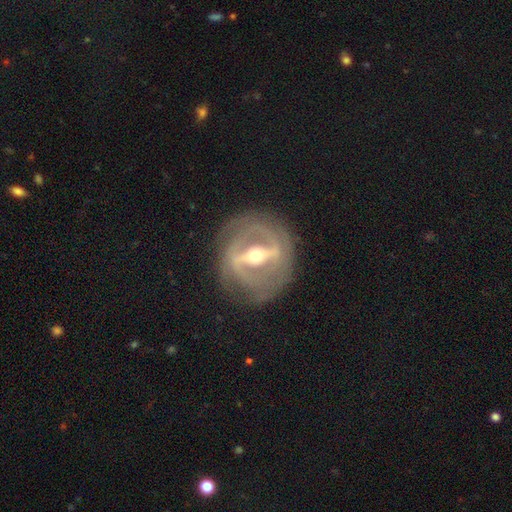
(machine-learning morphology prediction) This appears to be a featured or disk galaxy (87%) with a strong bar (78%), 2 (48%) tight (61%) spiral arms (71%) and a moderate central bulge (67%). Merging: none (81%).